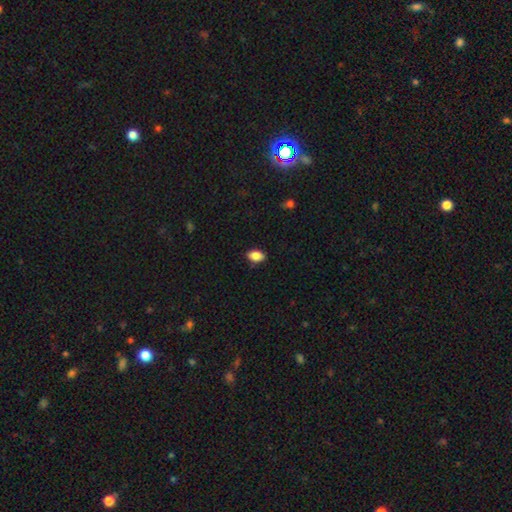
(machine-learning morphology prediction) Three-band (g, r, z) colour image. It shows a smooth galaxy with no disk features (87%) that is in between round and cigar-shaped (89%). Merging: none (85%).